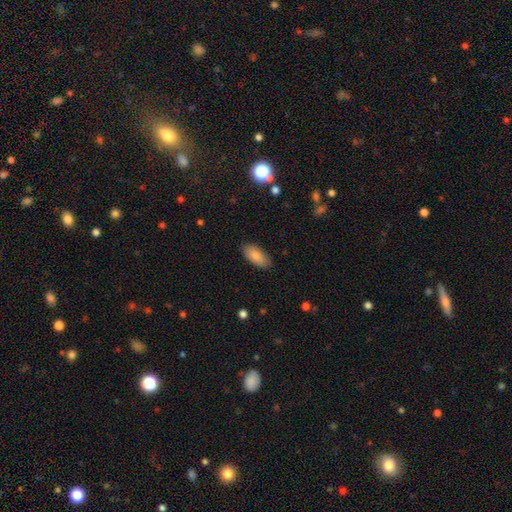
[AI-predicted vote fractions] smooth_or_featured: smooth (p=0.85) [alt: featured or disk p=0.08]
how_rounded: in between (p=0.91) [alt: cigar-shaped p=0.07]
merging: none (p=0.86) [alt: minor disturbance p=0.10]